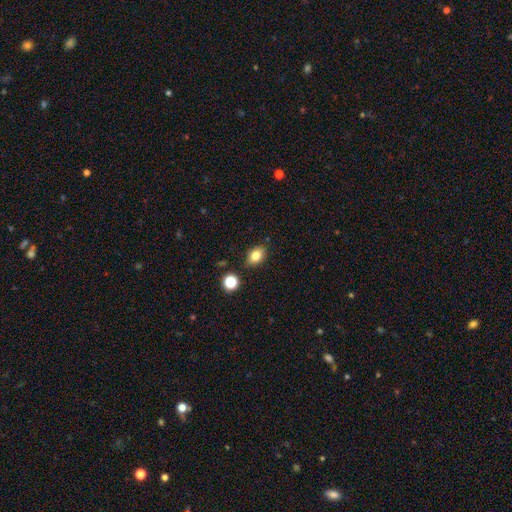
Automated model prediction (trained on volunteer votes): Smooth or featured? smooth (81%)
How rounded? in between (75%)
Merging? none (84%)